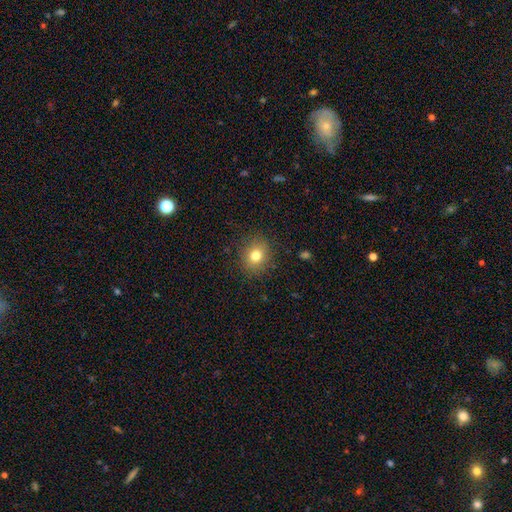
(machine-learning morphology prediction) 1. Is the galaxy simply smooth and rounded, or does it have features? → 78% smooth, 12% star or artifact, 10% featured or disk.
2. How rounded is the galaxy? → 66% round, 33% in between, 1% cigar-shaped.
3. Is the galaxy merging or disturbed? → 86% none, 9% minor disturbance, 3% major disturbance, 1% merger.